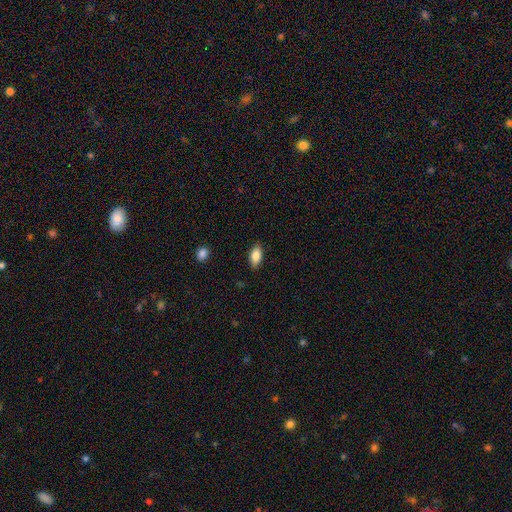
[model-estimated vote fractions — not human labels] Q: Smooth or featured?
A: smooth (84%); runner-up: featured or disk (8%)
Q: How rounded?
A: in between (90%); runner-up: cigar-shaped (6%)
Q: Merging?
A: none (87%); runner-up: minor disturbance (9%)